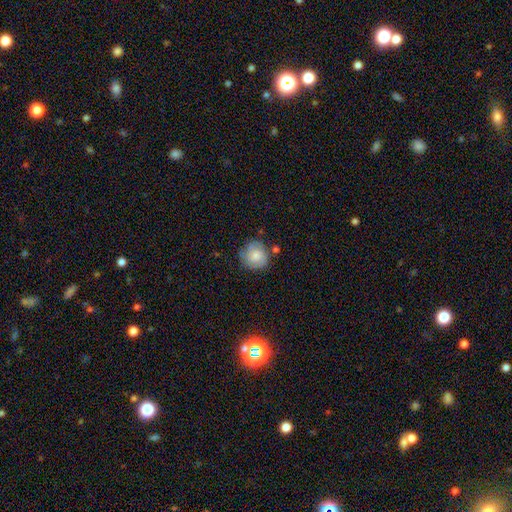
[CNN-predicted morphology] Q: Smooth or featured?
A: smooth (60%); runner-up: featured or disk (32%)
Q: How rounded?
A: round (89%); runner-up: in between (10%)
Q: Merging?
A: none (72%); runner-up: minor disturbance (18%)